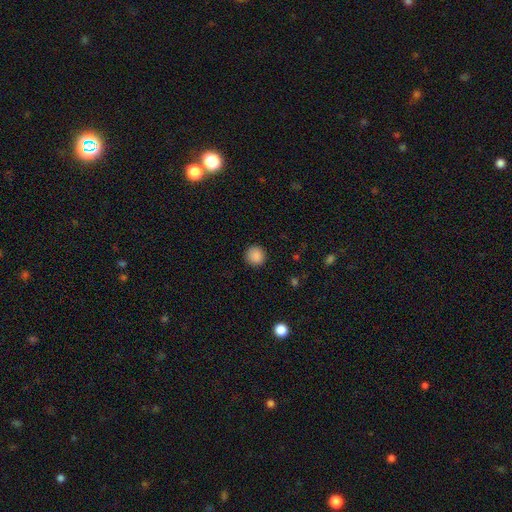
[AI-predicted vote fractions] smooth-or-featured: smooth: 88% | star or artifact: 9% | featured or disk: 3%
  how-rounded: round: 93% | in between: 6% | cigar-shaped: 1%
  merging: none: 91% | minor disturbance: 6% | major disturbance: 2% | merger: 1%